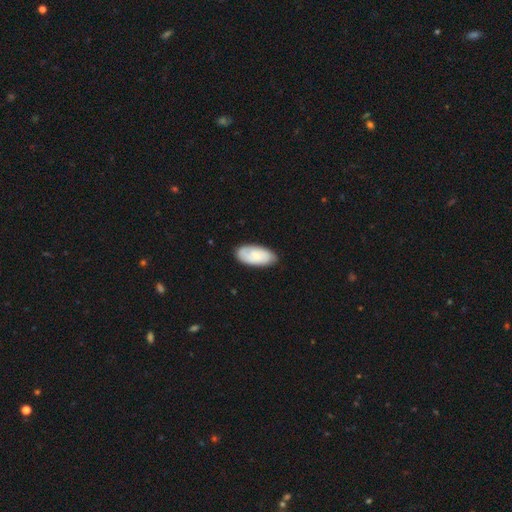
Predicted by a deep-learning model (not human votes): A smooth galaxy with no disk features (64%) that is in between round and cigar-shaped (93%).

Vote fractions:
- Smooth or featured? smooth: 64% / featured or disk: 30% / star or artifact: 6%
- How rounded? in between: 93% / cigar-shaped: 5% / round: 2%
- Merging? none: 79% / minor disturbance: 17% / major disturbance: 3% / merger: 1%